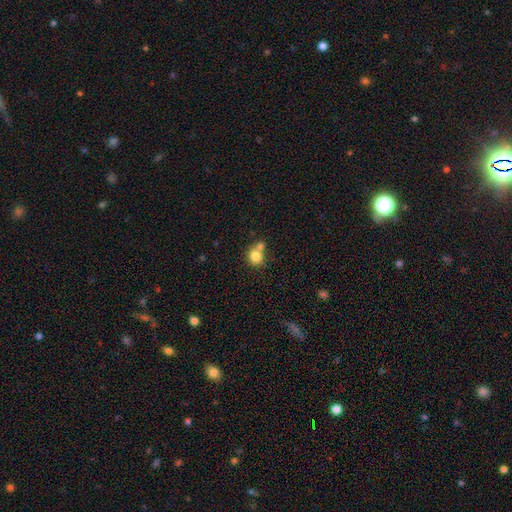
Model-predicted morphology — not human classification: The model was most divided on "merging": merger: 44%, none: 43%, minor disturbance: 9%, major disturbance: 4%. More confident: smooth or featured — smooth (80%); how rounded — round (80%).